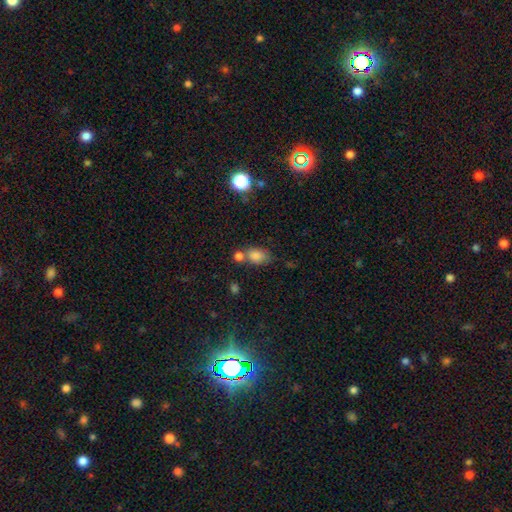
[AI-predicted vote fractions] Smooth or featured: smooth — 81% (star or artifact — 12%)
How rounded: in between — 74% (round — 24%)
Merging: none — 45% (merger — 32%)